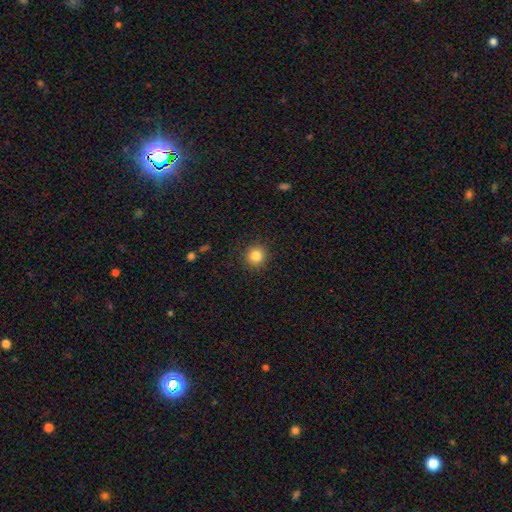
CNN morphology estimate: Overall: smooth (84%). How rounded: round (93%). Merging: none (90%).